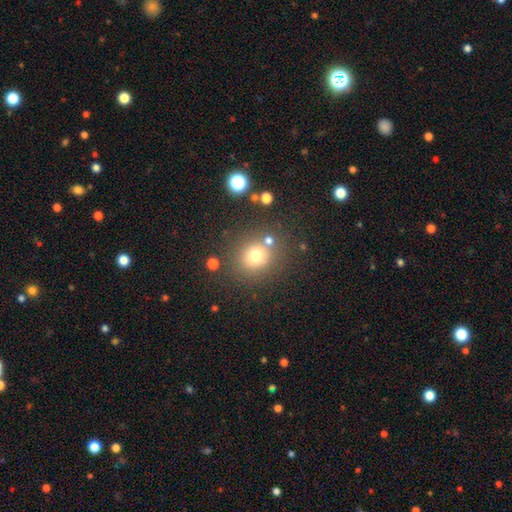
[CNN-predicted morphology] Smooth or featured? Predicted: smooth (p=0.72). How rounded? Predicted: round (p=0.84). Merging? Predicted: none (p=0.75).